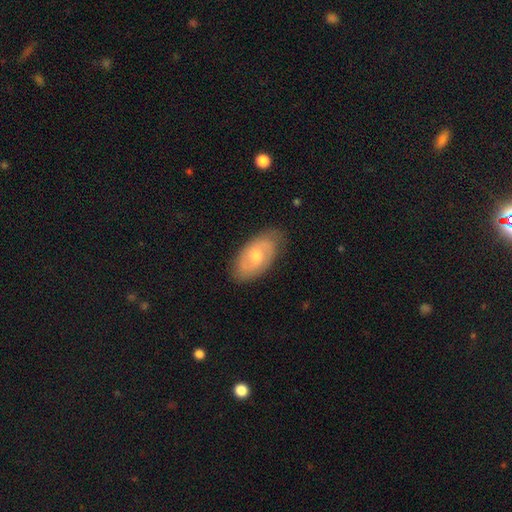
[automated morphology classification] This appears to be a featured or disk galaxy (56%) with no bar (58%), spiral arms (72%) and a moderate central bulge (70%). Merging: none (80%).